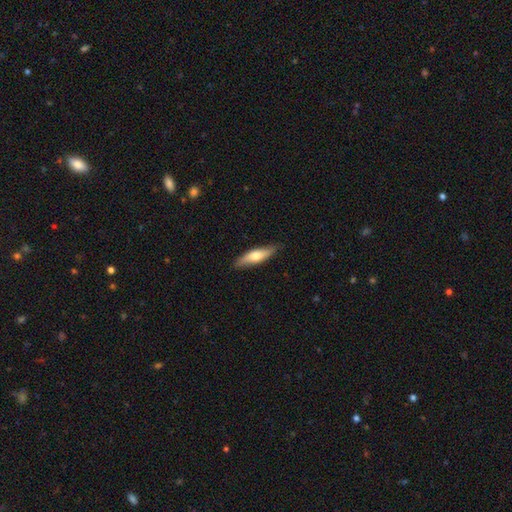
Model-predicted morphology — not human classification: The model was most divided on "smooth or featured": smooth: 59%, featured or disk: 36%, star or artifact: 5%. More confident: merging — none (85%); how rounded — cigar-shaped (67%).